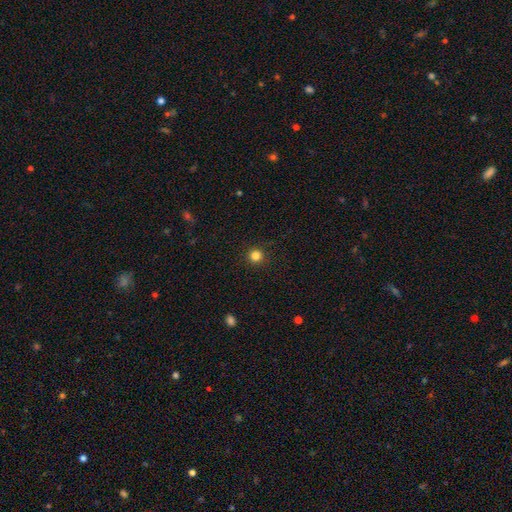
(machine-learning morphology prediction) Smooth or featured? Predicted: smooth (p=0.83). How rounded? Predicted: round (p=0.96). Merging? Predicted: none (p=0.93).